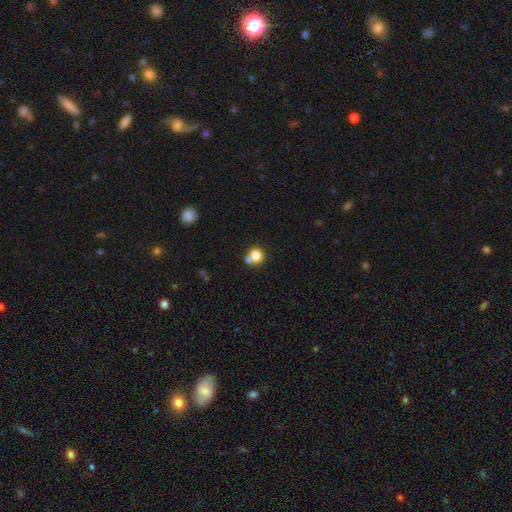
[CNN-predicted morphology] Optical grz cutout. It shows a smooth galaxy with no disk features (80%) that is round (87%). Merging: none (55%).